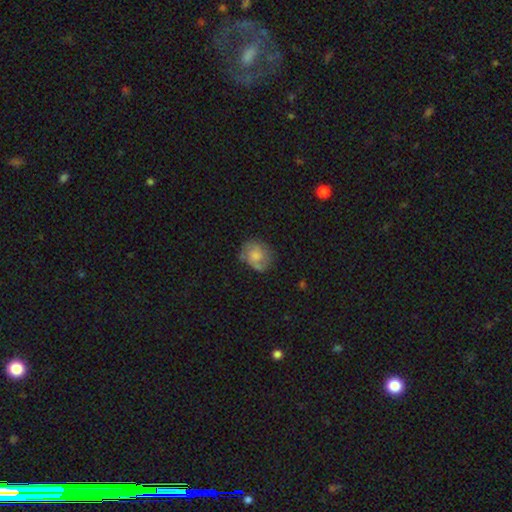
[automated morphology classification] This appears to be a smooth galaxy with no disk features (51%) that is round (71%). Merging: none (59%).